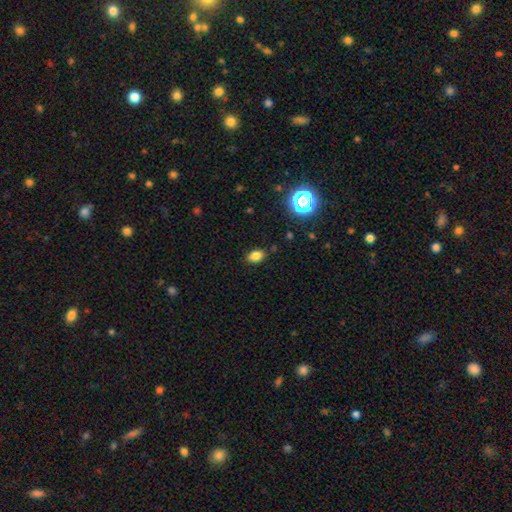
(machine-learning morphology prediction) Smooth or featured?
  - smooth: 80% *
  - star or artifact: 14%
  - featured or disk: 6%
How rounded?
  - in between: 81% *
  - round: 17%
  - cigar-shaped: 2%
Merging?
  - none: 85% *
  - minor disturbance: 11%
  - major disturbance: 3%
  - merger: 1%